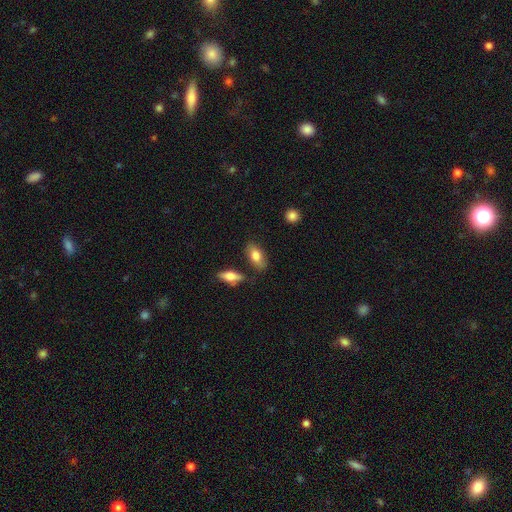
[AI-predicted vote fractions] This appears to be a smooth galaxy with no disk features (79%) that is in between round and cigar-shaped (89%). Merging: none (76%).